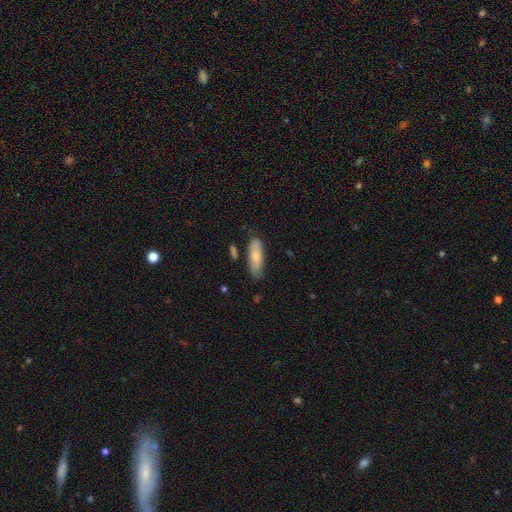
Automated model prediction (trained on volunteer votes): Smooth or featured?
  - smooth: 73% *
  - featured or disk: 21%
  - star or artifact: 6%
How rounded?
  - in between: 70% *
  - cigar-shaped: 27%
  - round: 2%
Merging?
  - none: 74% *
  - minor disturbance: 20%
  - major disturbance: 3%
  - merger: 3%